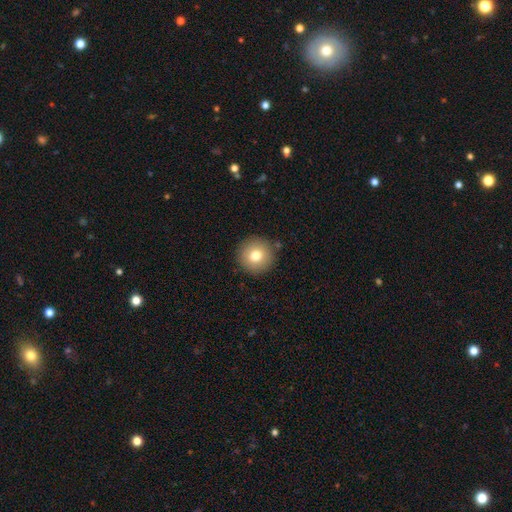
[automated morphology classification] Smooth or featured? smooth (77%)
How rounded? round (96%)
Merging? none (89%)